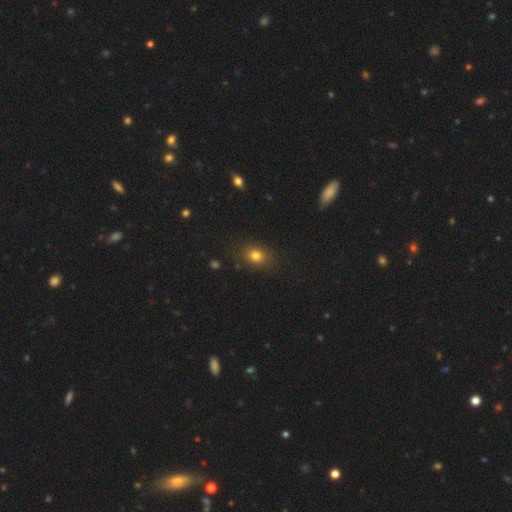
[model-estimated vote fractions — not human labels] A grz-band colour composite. It shows a smooth galaxy with no disk features (78%) that is in between round and cigar-shaped (59%). Merging: none (83%).